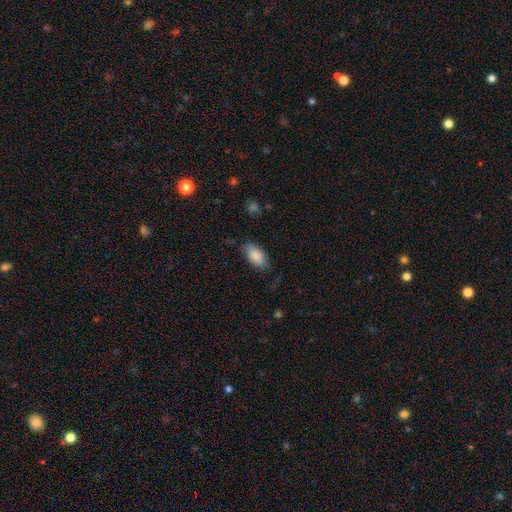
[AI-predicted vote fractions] This appears to be a smooth galaxy with no disk features (87%) that is in between round and cigar-shaped (93%). Merging: none (67%).